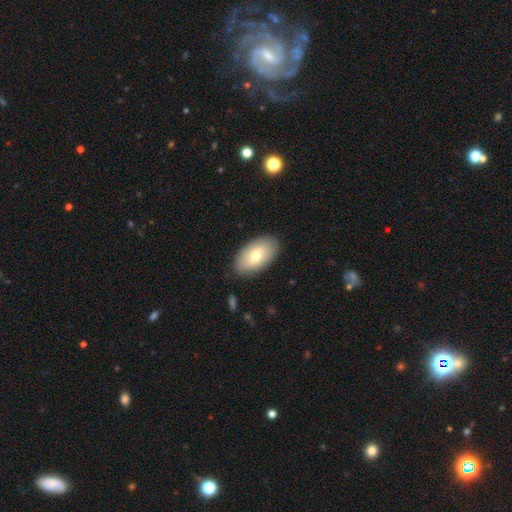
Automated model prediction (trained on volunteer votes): Q: Smooth or featured?
A: smooth (70%); runner-up: featured or disk (24%)
Q: How rounded?
A: in between (94%); runner-up: round (4%)
Q: Merging?
A: none (87%); runner-up: minor disturbance (10%)